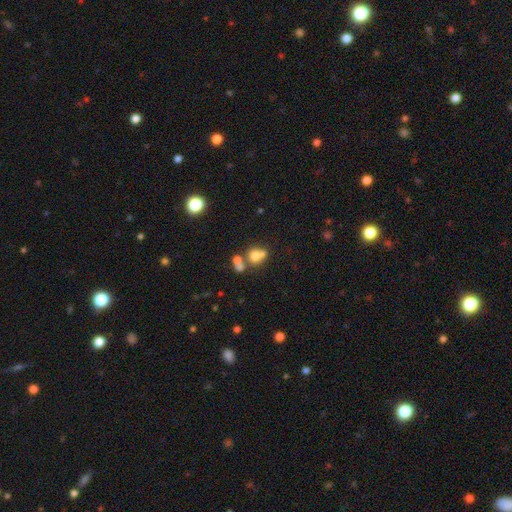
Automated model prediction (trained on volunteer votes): Morphology: type=smooth (67%); roundness=round (74%); merging=merger (51%).